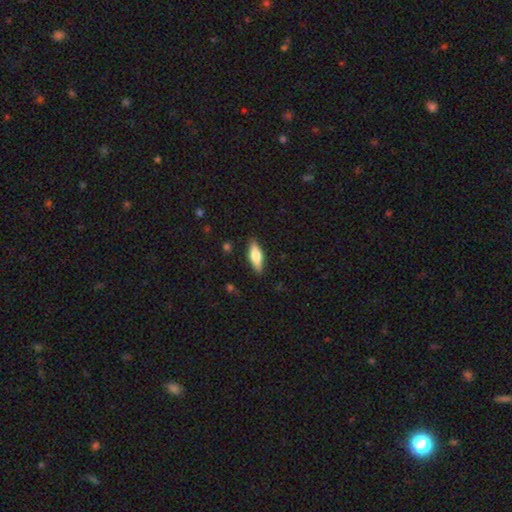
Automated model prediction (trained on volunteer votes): smooth_or_featured: smooth (p=0.62) [alt: featured or disk p=0.32]
how_rounded: in between (p=0.55) [alt: cigar-shaped p=0.43]
merging: none (p=0.88) [alt: minor disturbance p=0.09]